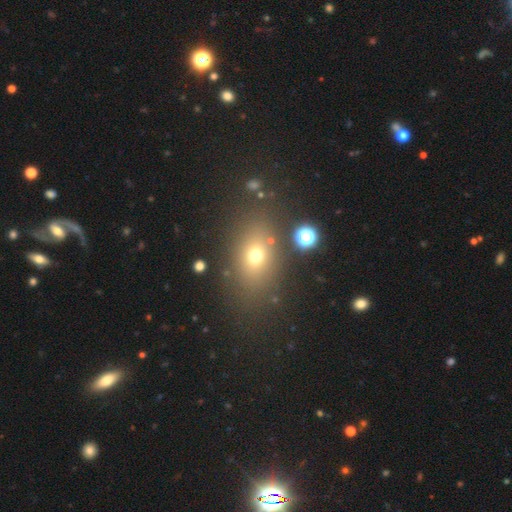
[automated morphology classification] The model was most divided on "how rounded": in between: 66%, round: 32%, cigar-shaped: 2%. More confident: merging — none (78%); smooth or featured — smooth (67%).